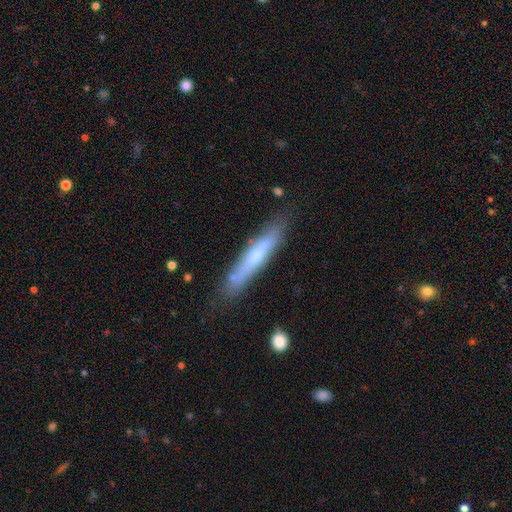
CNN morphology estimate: smooth-or-featured: smooth: 47% | featured or disk: 46% | star or artifact: 6%
  merging: none: 76% | minor disturbance: 17% | major disturbance: 4% | merger: 3%